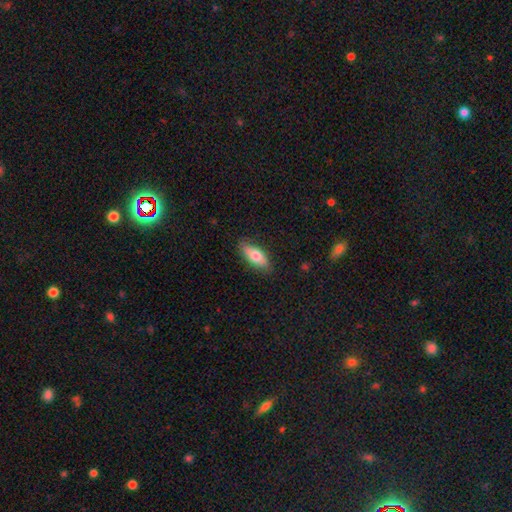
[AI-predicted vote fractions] smooth 74%, featured or disk 19%, star or artifact 6%. Down the decision tree: how rounded — in between (81%); merging — none (83%).